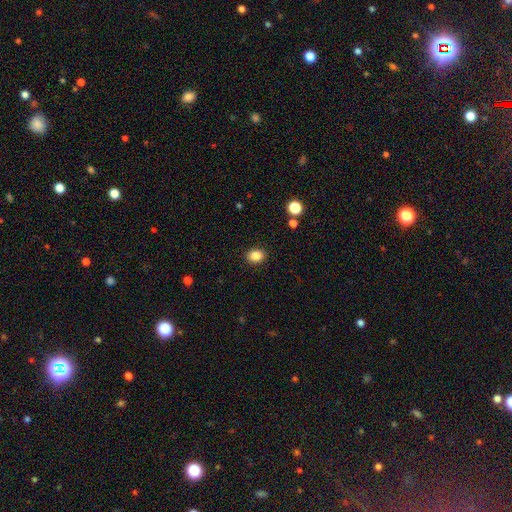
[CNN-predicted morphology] This is clearly a smooth galaxy (86%). How rounded: possibly in between (56%). Merging: clearly none (90%).